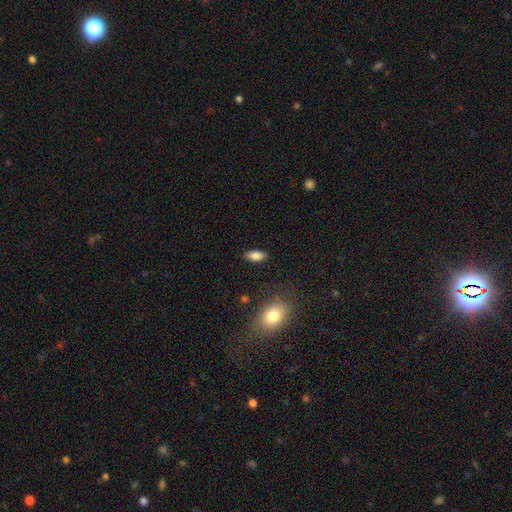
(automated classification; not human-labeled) A smooth galaxy with no disk features (84%) that is in between round and cigar-shaped (88%).

Vote fractions:
- Smooth or featured? smooth: 84% / featured or disk: 9% / star or artifact: 8%
- How rounded? in between: 88% / cigar-shaped: 9% / round: 3%
- Merging? none: 87% / minor disturbance: 9% / major disturbance: 2% / merger: 1%